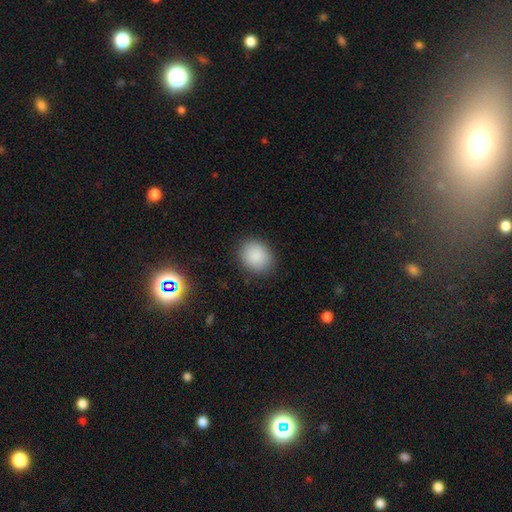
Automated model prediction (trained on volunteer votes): Smooth or featured?
  - smooth: 88% *
  - star or artifact: 8%
  - featured or disk: 4%
How rounded?
  - round: 66% *
  - in between: 33%
  - cigar-shaped: 1%
Merging?
  - none: 87% *
  - minor disturbance: 9%
  - major disturbance: 3%
  - merger: 1%